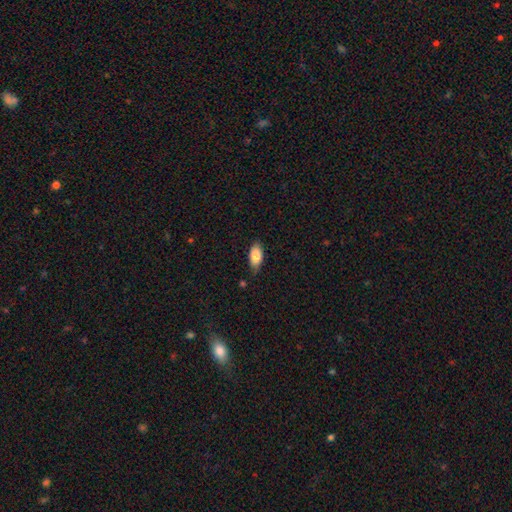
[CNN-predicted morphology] smooth_or_featured: smooth (p=0.87) [alt: star or artifact p=0.07]
how_rounded: in between (p=0.92) [alt: cigar-shaped p=0.05]
merging: none (p=0.75) [alt: minor disturbance p=0.20]